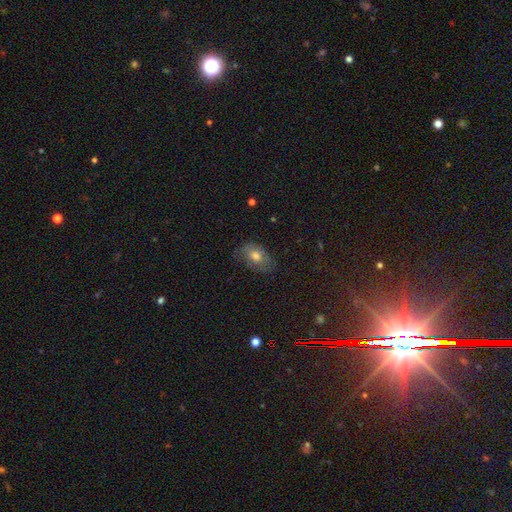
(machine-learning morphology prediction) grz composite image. It shows a smooth galaxy with no disk features (64%) that is in between round and cigar-shaped (84%). Merging: none (62%).